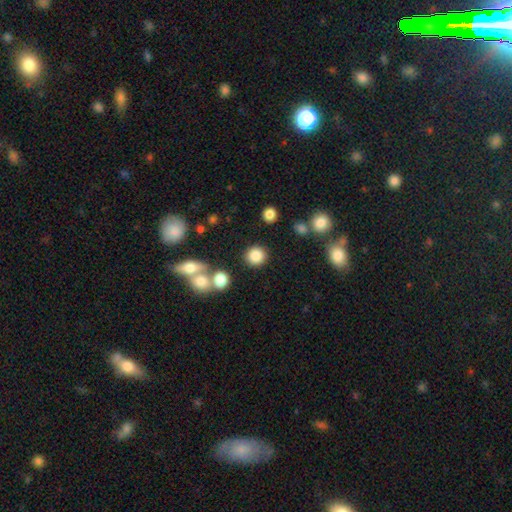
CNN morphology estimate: This appears to be a smooth galaxy with no disk features (84%) that is round (89%). Merging: none (83%).